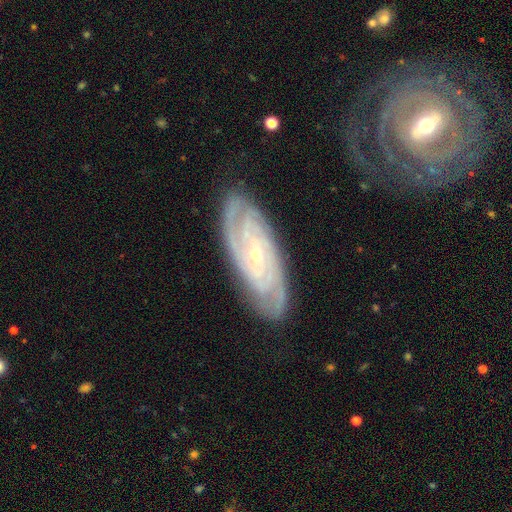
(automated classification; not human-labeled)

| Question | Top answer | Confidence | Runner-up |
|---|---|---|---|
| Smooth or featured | featured or disk | 88% | smooth (7%) |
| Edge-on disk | no | 92% | yes (8%) |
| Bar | no | 60% | weak (28%) |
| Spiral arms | yes | 97% | no (3%) |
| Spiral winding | tight | 76% | medium (21%) |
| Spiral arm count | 3 | 24% | tied: 2 (24%) |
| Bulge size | small | 72% | moderate (25%) |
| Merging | none | 80% | minor disturbance (15%) |